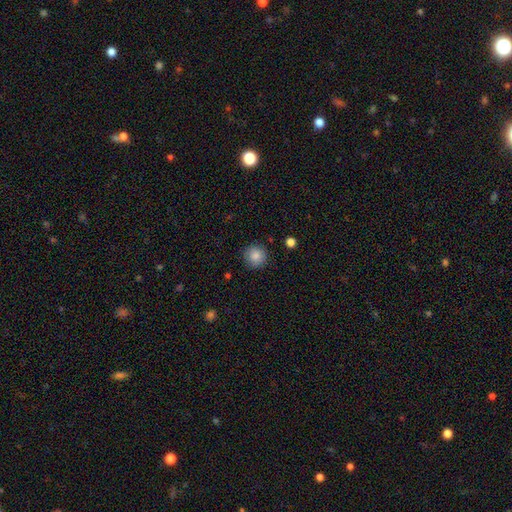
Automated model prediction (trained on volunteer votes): A smooth galaxy with no disk features (84%) that is round (94%). Merging: none (88%).